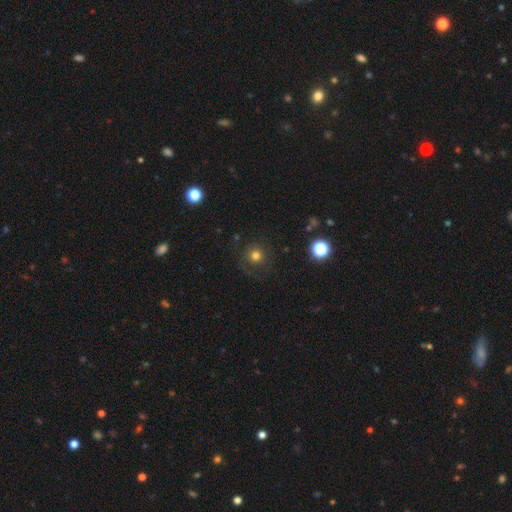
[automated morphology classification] type=smooth (69%); roundness=round (95%); merging=none (79%).